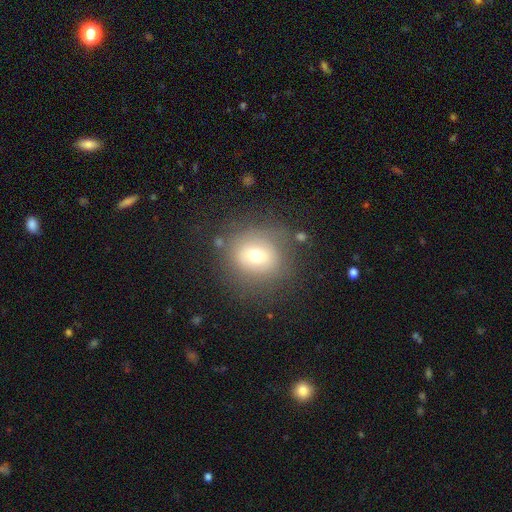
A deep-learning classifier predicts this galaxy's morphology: Smooth or featured: smooth — 63% (featured or disk — 23%)
How rounded: round — 80% (in between — 19%)
Merging: none — 75% (minor disturbance — 14%)